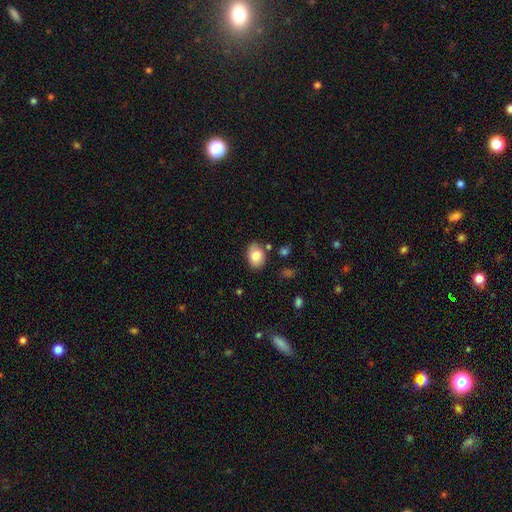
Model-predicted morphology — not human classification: This appears to be a smooth galaxy with no disk features (82%) that is in between round and cigar-shaped (75%). Merging: none (76%).